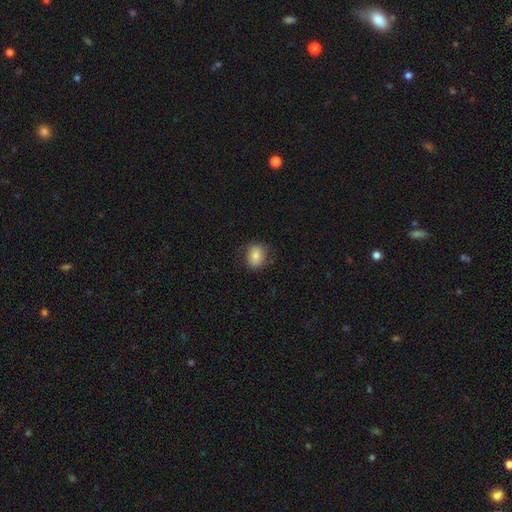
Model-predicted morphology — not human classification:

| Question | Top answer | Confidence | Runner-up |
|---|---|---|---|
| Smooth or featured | smooth | 81% | featured or disk (10%) |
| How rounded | round | 57% | in between (42%) |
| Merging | none | 80% | minor disturbance (15%) |